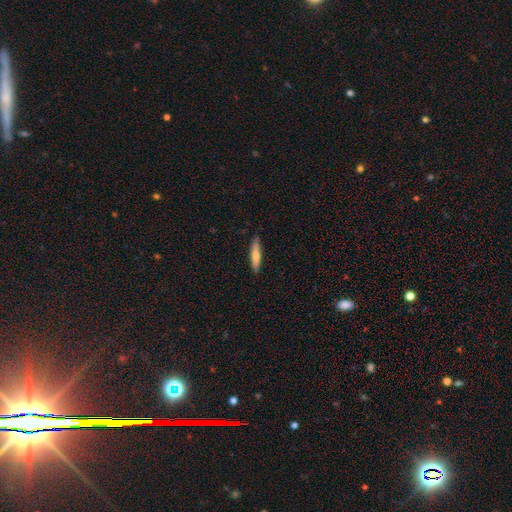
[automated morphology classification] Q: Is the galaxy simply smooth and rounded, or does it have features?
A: smooth — 74%.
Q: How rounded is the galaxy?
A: cigar-shaped — 85%.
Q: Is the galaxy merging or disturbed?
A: none — 87%.